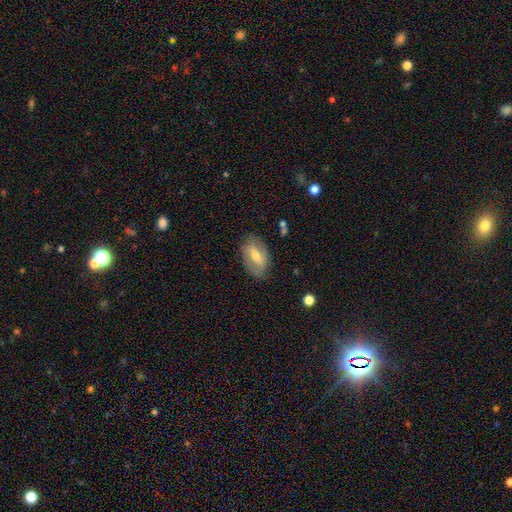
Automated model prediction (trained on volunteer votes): smooth_or_featured: featured or disk (p=0.55) [alt: smooth p=0.38]
disk_edge_on: no (p=0.89) [alt: yes p=0.11]
merging: none (p=0.76) [alt: minor disturbance p=0.17]